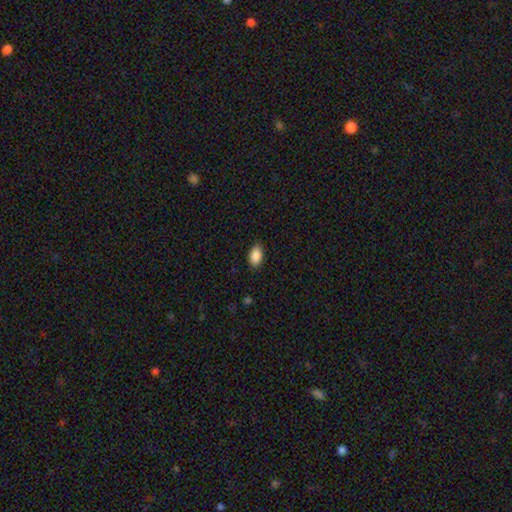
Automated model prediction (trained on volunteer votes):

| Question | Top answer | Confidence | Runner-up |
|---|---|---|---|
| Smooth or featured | smooth | 89% | star or artifact (7%) |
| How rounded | in between | 92% | round (7%) |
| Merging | none | 85% | minor disturbance (11%) |